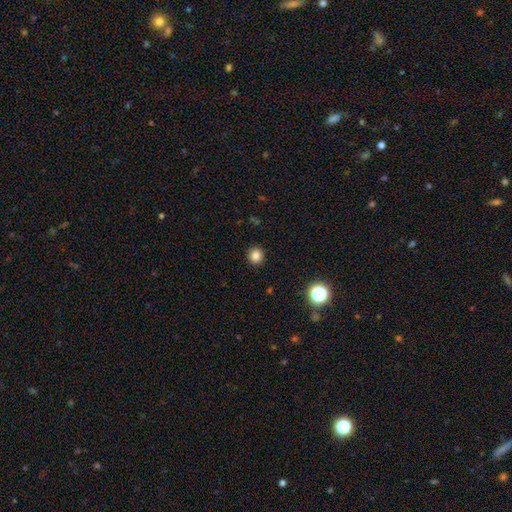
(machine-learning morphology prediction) Overall: smooth (82%). How rounded: round (91%). Merging: none (92%).